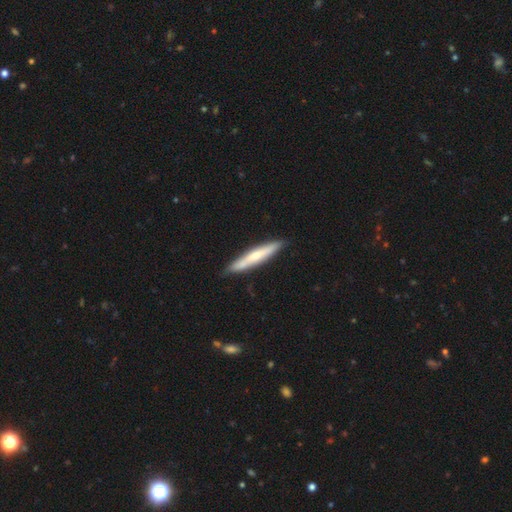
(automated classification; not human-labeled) Morphology: type=smooth (51%); roundness=cigar-shaped (94%); merging=none (86%).